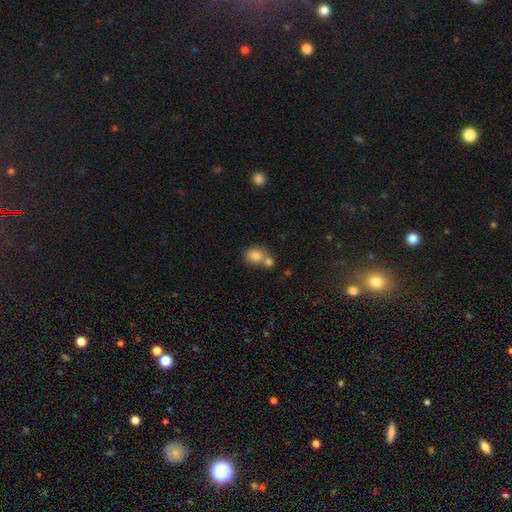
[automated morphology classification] Smooth or featured? Predicted: smooth (p=0.81). How rounded? Predicted: round (p=0.58). Merging? Predicted: merger (p=0.48).